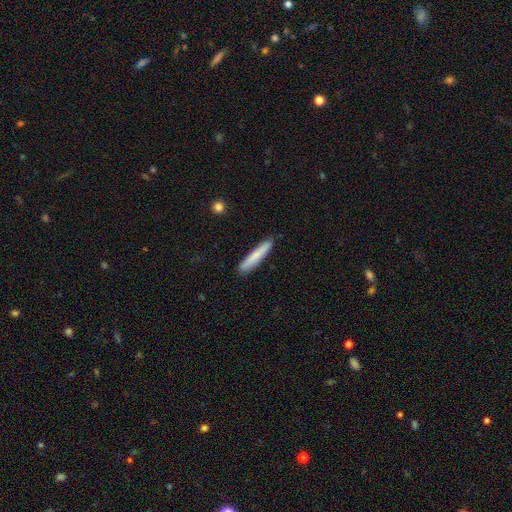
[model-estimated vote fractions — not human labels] This is likely a smooth galaxy (74%). How rounded: clearly cigar-shaped (93%). Merging: clearly none (89%).